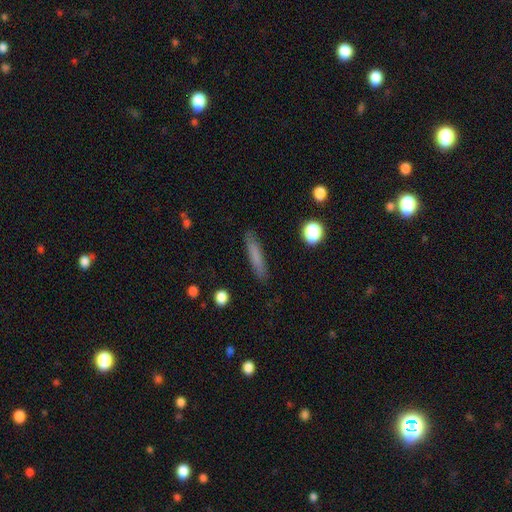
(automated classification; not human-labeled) Smooth or featured?
  - smooth: 76% *
  - featured or disk: 16%
  - star or artifact: 8%
How rounded?
  - cigar-shaped: 89% *
  - in between: 9%
  - round: 2%
Merging?
  - none: 87% *
  - minor disturbance: 9%
  - major disturbance: 2%
  - merger: 1%